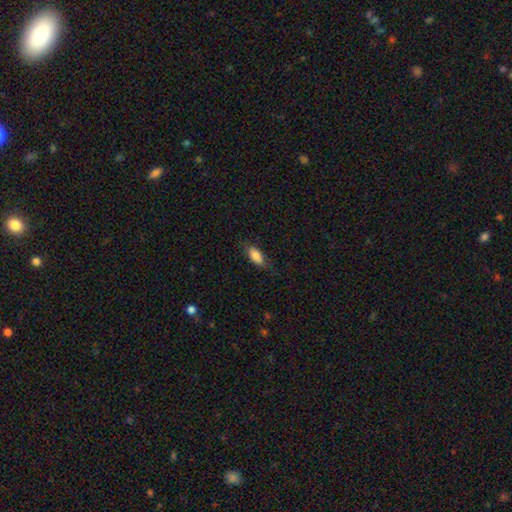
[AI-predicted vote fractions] Smooth or featured? Predicted: smooth (p=0.81). How rounded? Predicted: in between (p=0.85). Merging? Predicted: none (p=0.76).